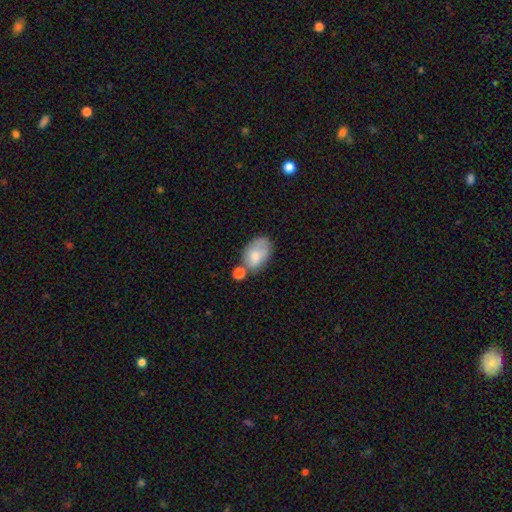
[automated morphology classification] The model was most divided on "merging": none: 42%, minor disturbance: 26%, merger: 22%, major disturbance: 10%. More confident: how rounded — in between (87%); smooth or featured — smooth (72%).